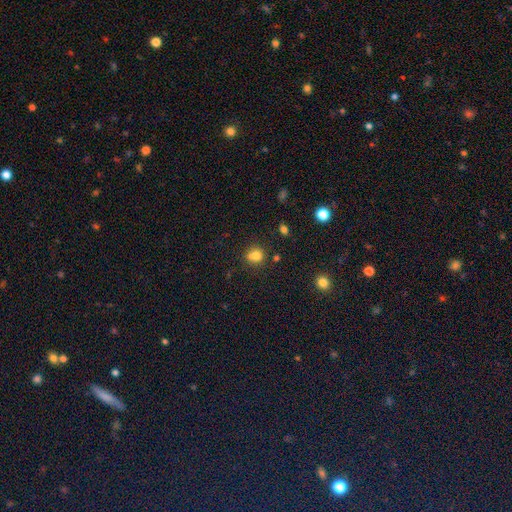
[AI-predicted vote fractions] Smooth or featured?
  - smooth: 76% *
  - star or artifact: 13%
  - featured or disk: 11%
How rounded?
  - round: 75% *
  - in between: 24%
  - cigar-shaped: 1%
Merging?
  - none: 49% *
  - merger: 32%
  - minor disturbance: 14%
  - major disturbance: 5%